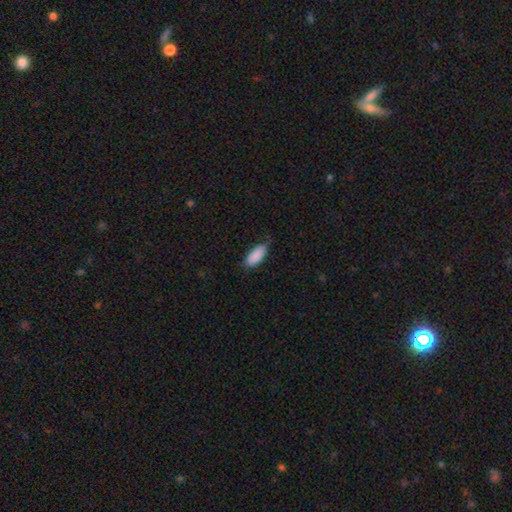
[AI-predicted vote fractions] smooth-or-featured: smooth: 89% | star or artifact: 6% | featured or disk: 4%
  how-rounded: in between: 85% | cigar-shaped: 13% | round: 2%
  merging: none: 66% | minor disturbance: 28% | major disturbance: 5% | merger: 1%